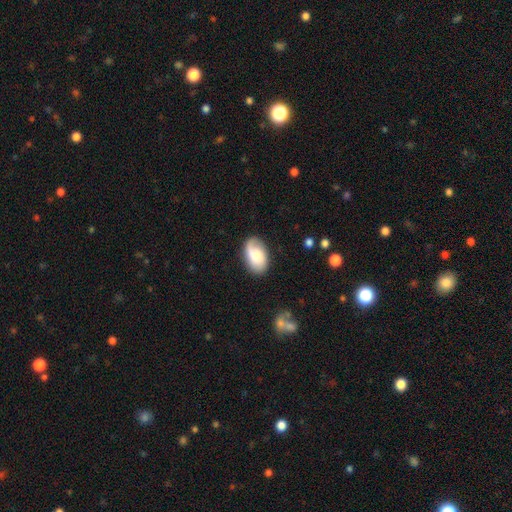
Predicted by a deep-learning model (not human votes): Morphology: type=smooth (59%); roundness=in between (90%); merging=none (76%).